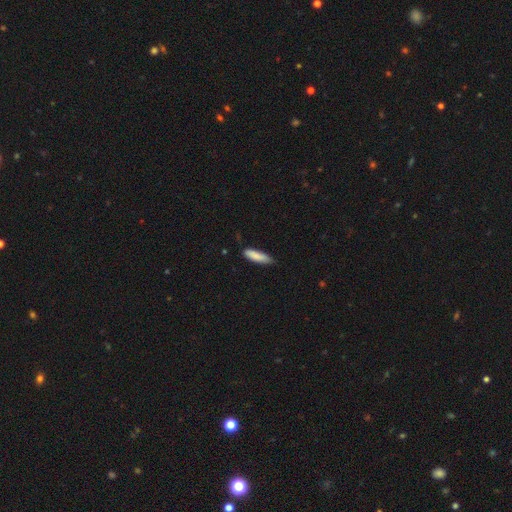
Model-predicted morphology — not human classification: A smooth galaxy with no disk features (86%) that is cigar-shaped (67%).

Vote fractions:
- Smooth or featured? smooth: 86% / featured or disk: 8% / star or artifact: 6%
- How rounded? cigar-shaped: 67% / in between: 32% / round: 1%
- Merging? none: 77% / minor disturbance: 19% / major disturbance: 2% / merger: 1%